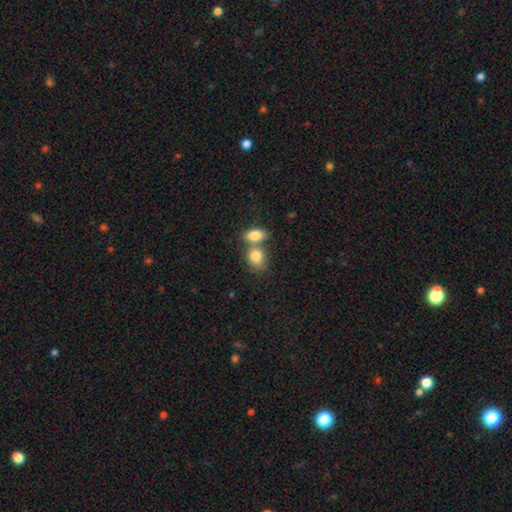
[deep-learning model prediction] smooth-or-featured: smooth: 82% | featured or disk: 10% | star or artifact: 8%
  how-rounded: in between: 69% | round: 29% | cigar-shaped: 2%
  merging: merger: 54% | none: 32% | minor disturbance: 10% | major disturbance: 4%